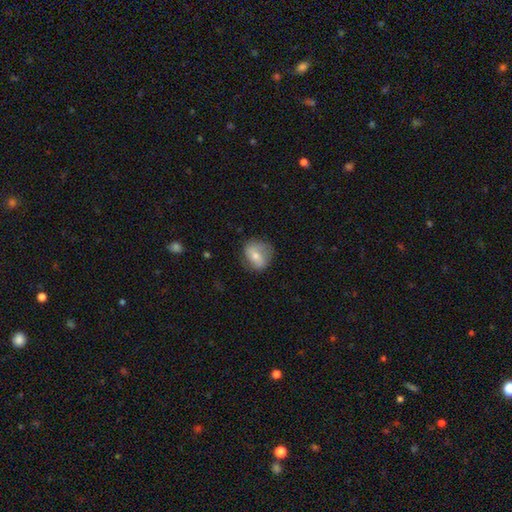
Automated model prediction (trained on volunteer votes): smooth 56%, featured or disk 36%, star or artifact 8%. Down the decision tree: how rounded — round (59%); merging — none (64%).